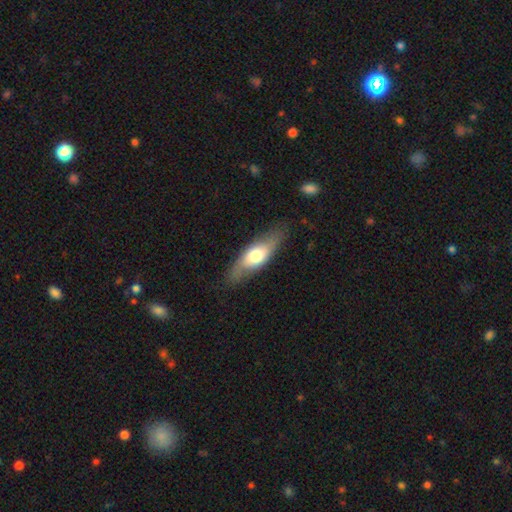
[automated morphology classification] Q: Smooth or featured?
A: smooth (54%); runner-up: featured or disk (40%)
Q: How rounded?
A: in between (63%); runner-up: cigar-shaped (33%)
Q: Merging?
A: none (77%); runner-up: minor disturbance (16%)